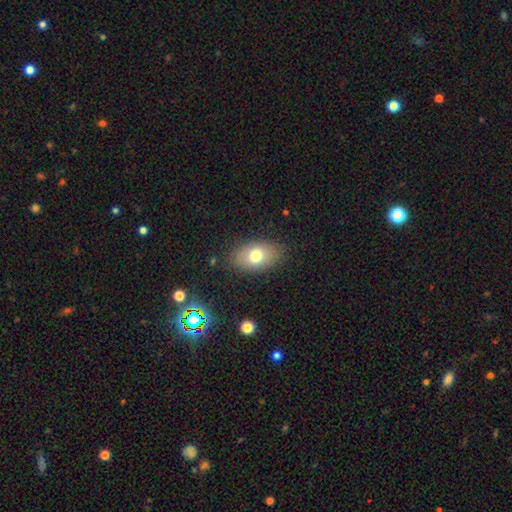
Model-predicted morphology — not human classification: The model was most divided on "smooth or featured": smooth: 73%, featured or disk: 17%, star or artifact: 10%. More confident: how rounded — in between (87%); merging — none (84%).